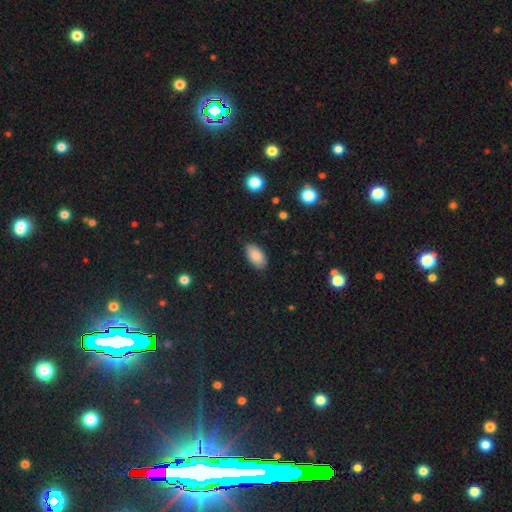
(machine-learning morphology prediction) A smooth galaxy with no disk features (87%) that is in between round and cigar-shaped (95%). Merging: none (85%).